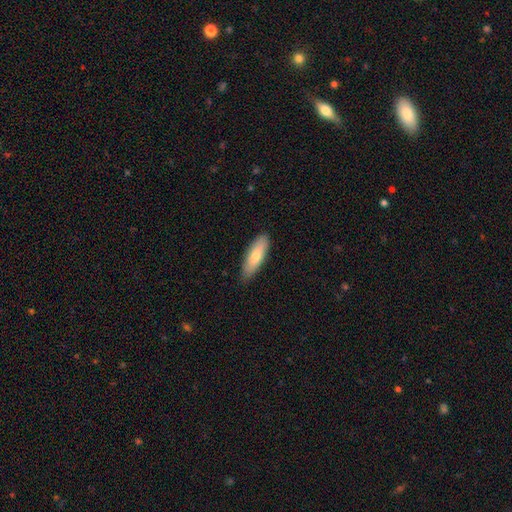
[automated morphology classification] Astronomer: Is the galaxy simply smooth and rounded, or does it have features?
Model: smooth — 77%.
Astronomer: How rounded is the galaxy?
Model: in between — 52% (runner-up: cigar-shaped, 46%).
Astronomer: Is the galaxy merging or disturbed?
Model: none — 84%.